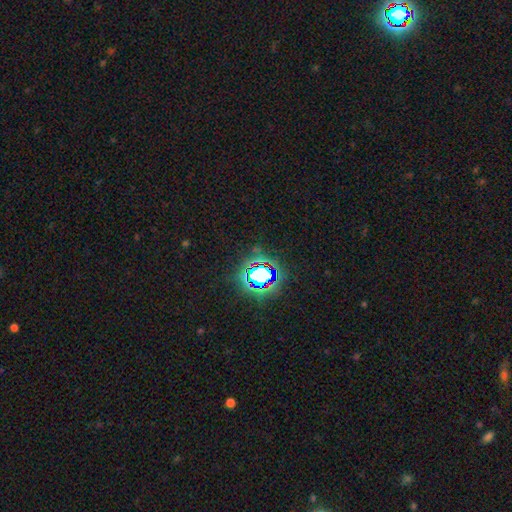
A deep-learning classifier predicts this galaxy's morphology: The model was most divided on "smooth or featured": star or artifact: 82%, smooth: 11%, featured or disk: 7%.